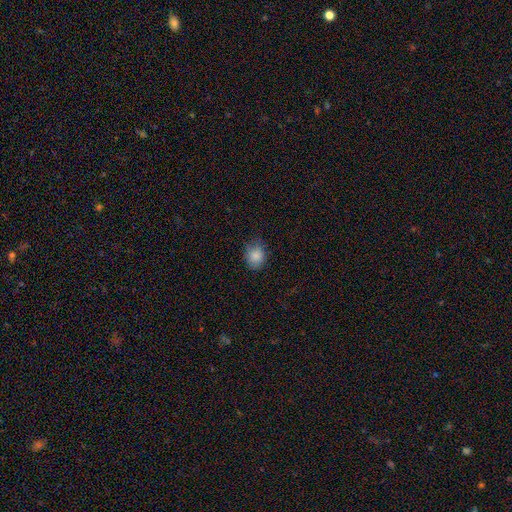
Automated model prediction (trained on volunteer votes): This is clearly a smooth galaxy (86%). How rounded: likely round (64%). Merging: likely none (73%).